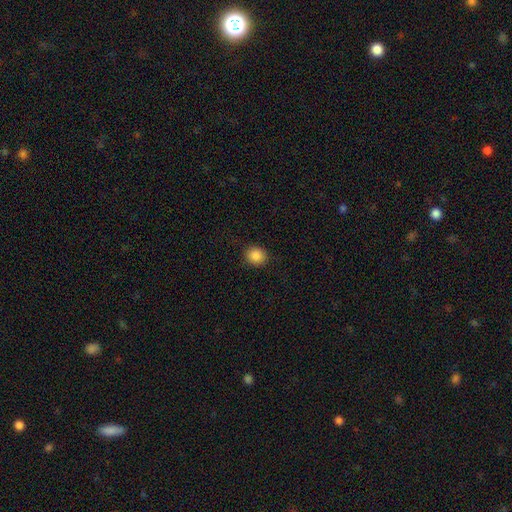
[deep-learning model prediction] The model was most divided on "how rounded": round: 79%, in between: 20%, cigar-shaped: 1%. More confident: merging — none (89%); smooth or featured — smooth (87%).